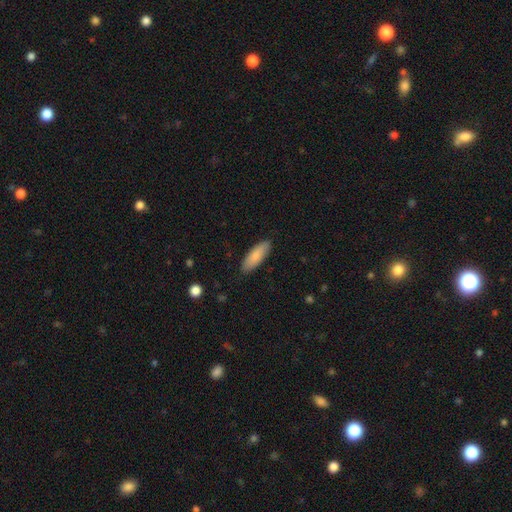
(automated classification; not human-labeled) smooth_or_featured: smooth (p=0.86) [alt: featured or disk p=0.09]
how_rounded: in between (p=0.61) [alt: cigar-shaped p=0.38]
merging: none (p=0.87) [alt: minor disturbance p=0.10]